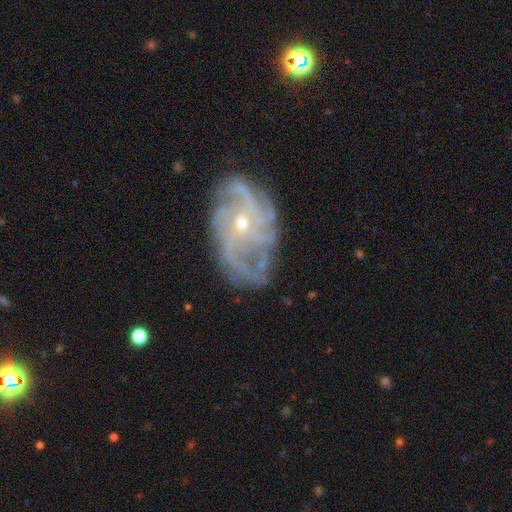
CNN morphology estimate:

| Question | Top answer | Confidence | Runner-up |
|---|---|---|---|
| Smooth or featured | featured or disk | 86% | star or artifact (8%) |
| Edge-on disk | no | 96% | yes (4%) |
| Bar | no | 67% | weak (26%) |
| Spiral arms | yes | 96% | no (4%) |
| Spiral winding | tight | 45% | medium (40%) |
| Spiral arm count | can't tell | 26% | 4 (22%) |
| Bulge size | small | 62% | moderate (34%) |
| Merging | none | 70% | minor disturbance (19%) |